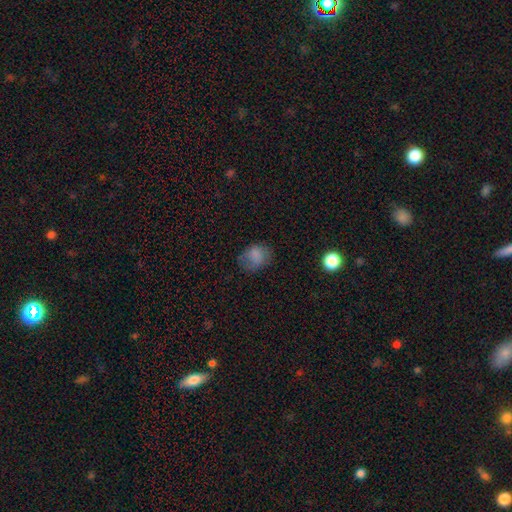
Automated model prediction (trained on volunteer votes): smooth_or_featured: smooth (p=0.78) [alt: star or artifact p=0.12]
how_rounded: in between (p=0.50) [alt: round p=0.49]
merging: none (p=0.60) [alt: minor disturbance p=0.26]